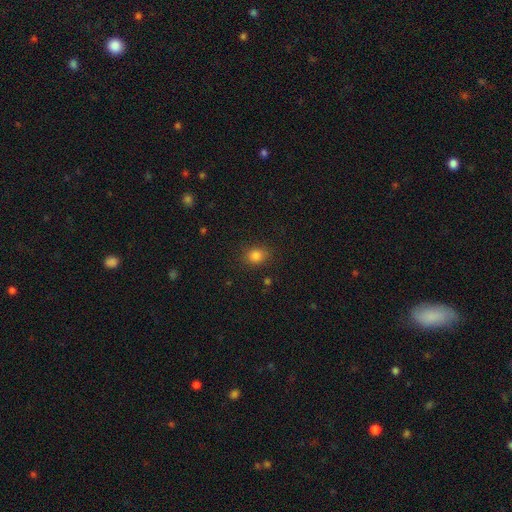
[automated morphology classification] This is clearly a smooth galaxy (83%). How rounded: likely round (61%). Merging: clearly none (84%).